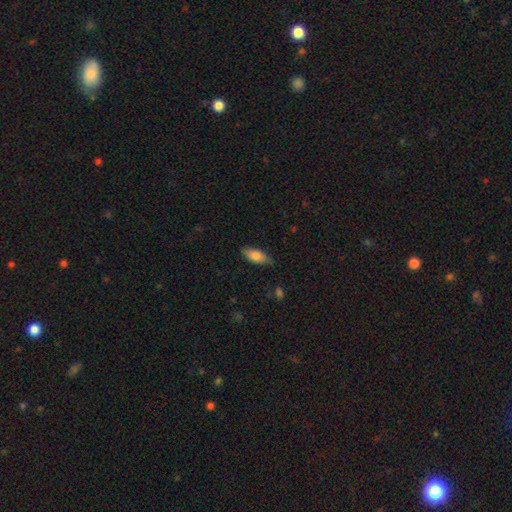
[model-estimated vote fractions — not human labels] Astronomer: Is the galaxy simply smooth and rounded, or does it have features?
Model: smooth — 80%.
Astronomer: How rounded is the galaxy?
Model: in between — 82%.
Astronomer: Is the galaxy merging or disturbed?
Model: none — 79%.